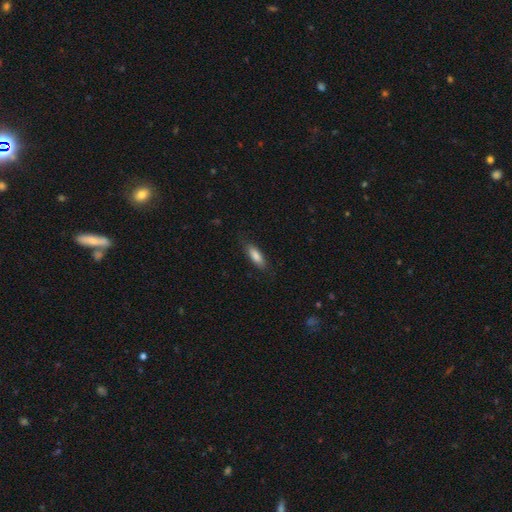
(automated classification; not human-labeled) smooth-or-featured: smooth: 82% | featured or disk: 11% | star or artifact: 6%
  how-rounded: in between: 57% | cigar-shaped: 41% | round: 2%
  merging: none: 81% | minor disturbance: 14% | major disturbance: 3% | merger: 1%